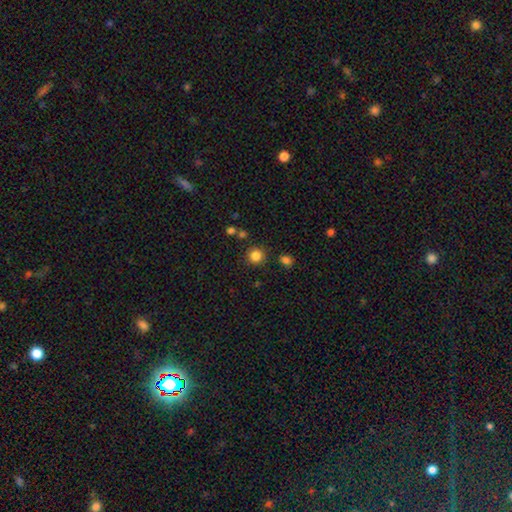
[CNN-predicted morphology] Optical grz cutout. It shows a smooth galaxy with no disk features (84%) that is round (94%). Merging: none (87%).